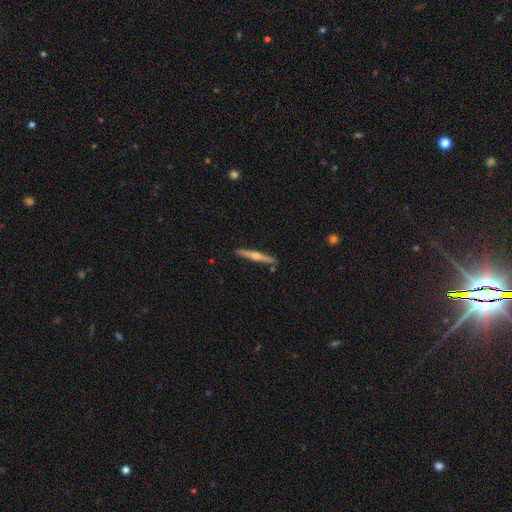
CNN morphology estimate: A featured or disk galaxy (68%) viewed edge-on (98%) with a rounded central bulge (85%). Merging: none (89%).